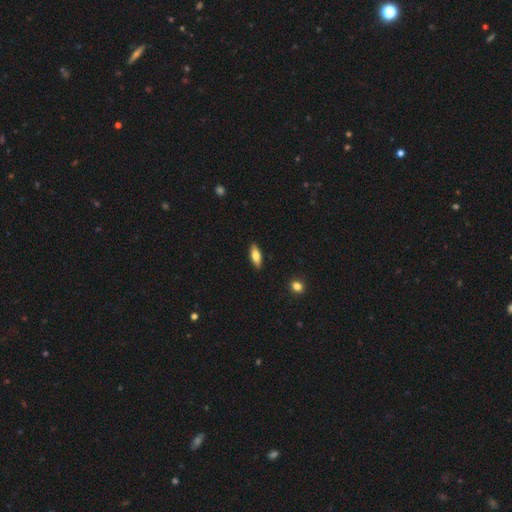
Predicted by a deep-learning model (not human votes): This appears to be a smooth galaxy with no disk features (76%) that is in between round and cigar-shaped (71%). Merging: none (89%).